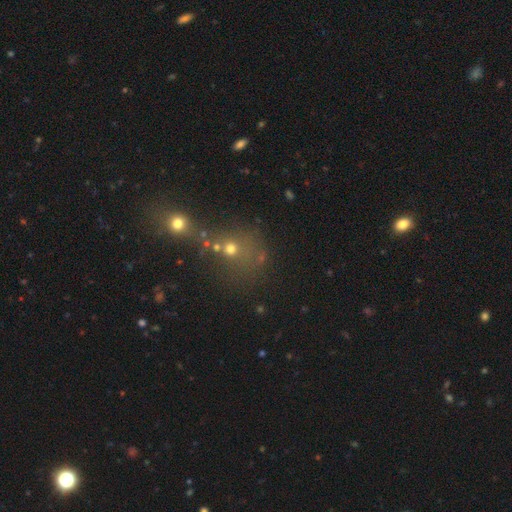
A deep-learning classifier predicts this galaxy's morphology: smooth_or_featured: smooth (p=0.45) [alt: star or artifact p=0.40]
merging: merger (p=0.54) [alt: none p=0.31]